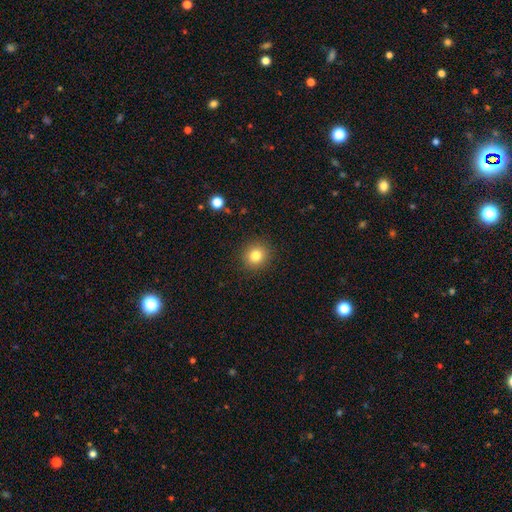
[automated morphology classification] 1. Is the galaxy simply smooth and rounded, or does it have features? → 81% smooth, 11% star or artifact, 7% featured or disk.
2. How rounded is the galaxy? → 89% round, 10% in between, 1% cigar-shaped.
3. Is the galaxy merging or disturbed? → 91% none, 6% minor disturbance, 2% major disturbance, 1% merger.